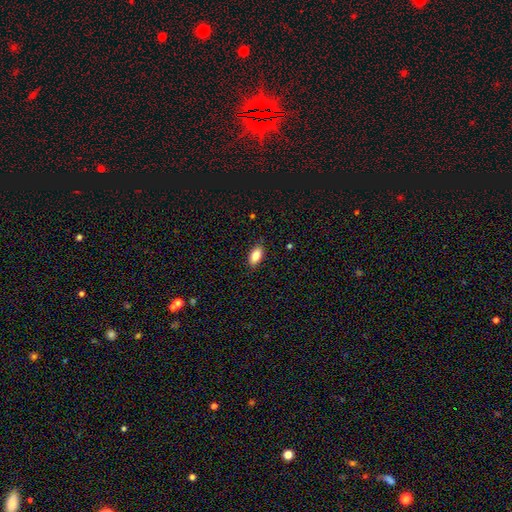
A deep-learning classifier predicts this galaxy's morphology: The model was most divided on "merging": none: 86%, minor disturbance: 11%, major disturbance: 2%, merger: 1%. More confident: how rounded — in between (90%); smooth or featured — smooth (84%).